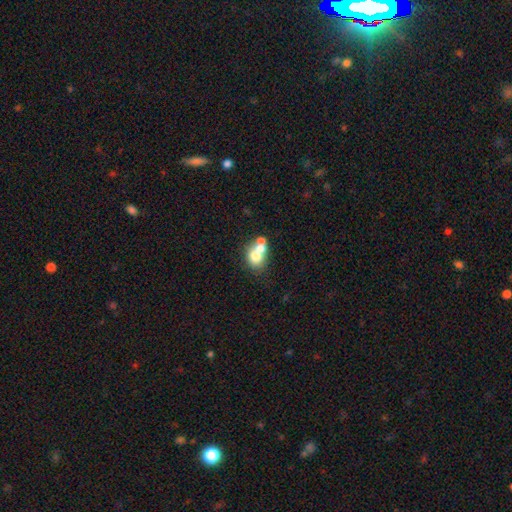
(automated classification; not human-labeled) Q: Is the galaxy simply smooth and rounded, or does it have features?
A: smooth — 64%.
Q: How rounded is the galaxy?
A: round — 59%.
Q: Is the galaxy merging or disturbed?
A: merger — 56%.